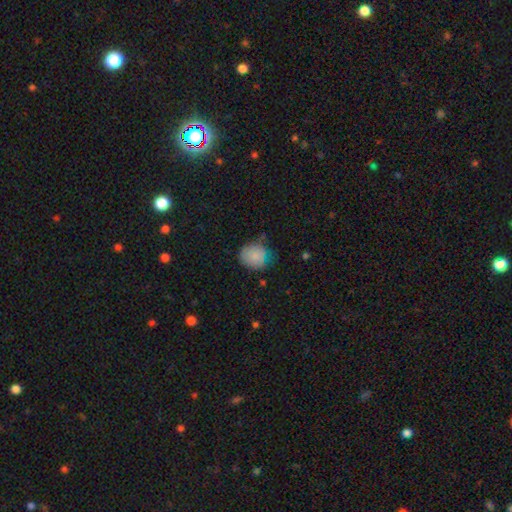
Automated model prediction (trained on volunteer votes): Morphology: type=smooth (83%); roundness=round (73%); merging=none (56%).